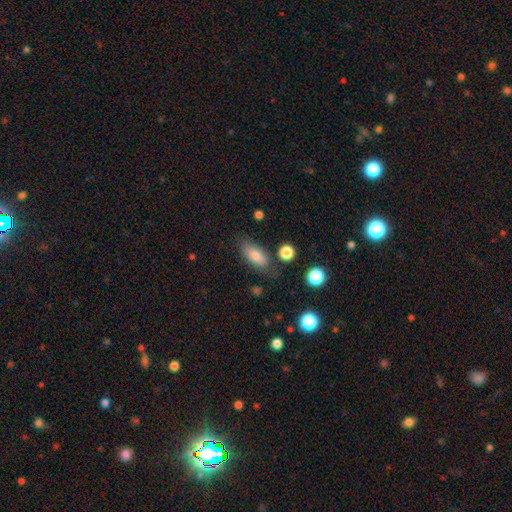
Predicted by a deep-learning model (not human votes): smooth 78%, featured or disk 13%, star or artifact 9%. Down the decision tree: how rounded — in between (83%); merging — none (71%).